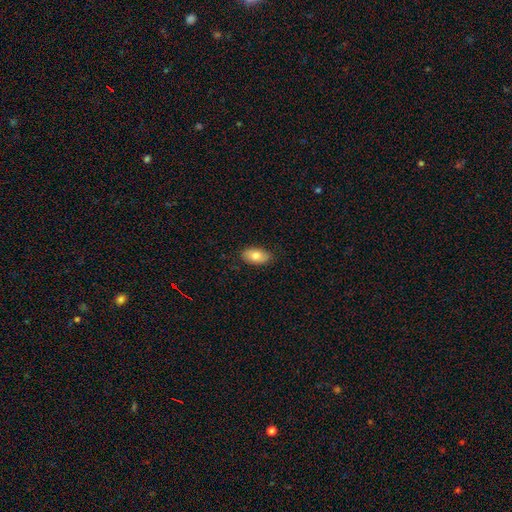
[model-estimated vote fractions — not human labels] This is likely a smooth galaxy (79%). How rounded: clearly in between (93%). Merging: clearly none (85%).